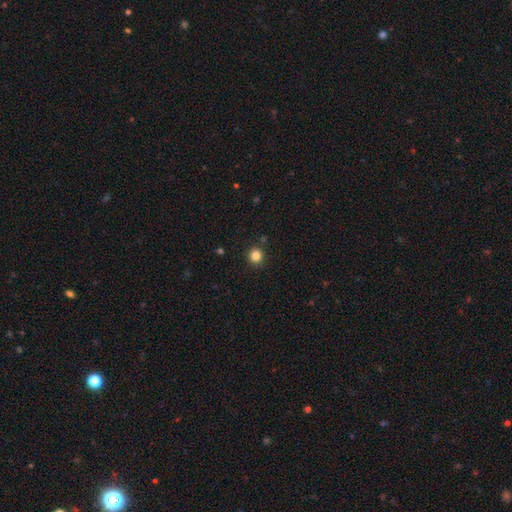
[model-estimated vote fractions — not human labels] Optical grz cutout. It shows a smooth galaxy with no disk features (83%) that is round (93%). Merging: none (91%).